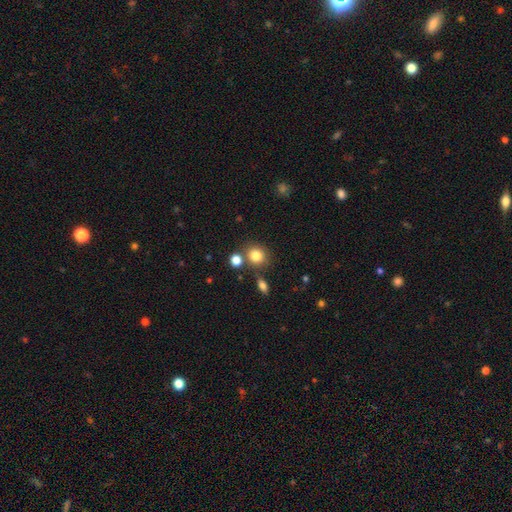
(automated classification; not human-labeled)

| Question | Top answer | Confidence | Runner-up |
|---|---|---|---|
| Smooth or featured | smooth | 82% | star or artifact (12%) |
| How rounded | round | 80% | in between (19%) |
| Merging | none | 73% | merger (13%) |